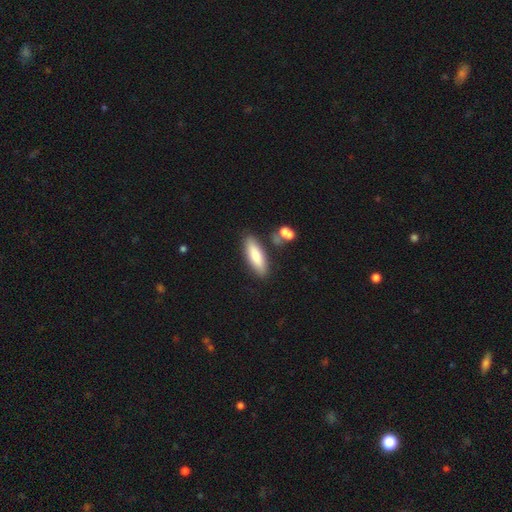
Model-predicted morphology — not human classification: This appears to be a smooth galaxy with no disk features (78%) that is cigar-shaped (50%). Merging: none (81%).